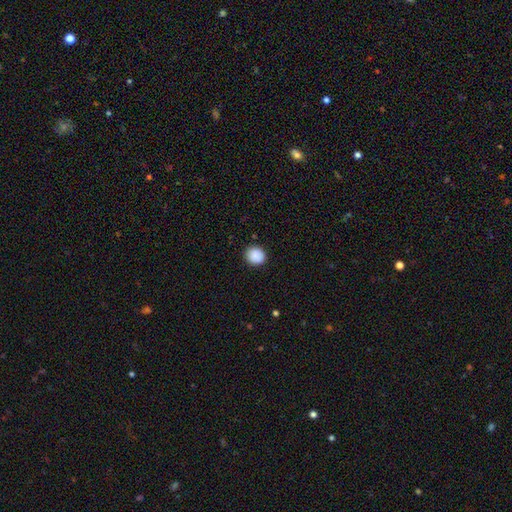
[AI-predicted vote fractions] Smooth or featured? smooth (89%)
How rounded? round (87%)
Merging? none (91%)